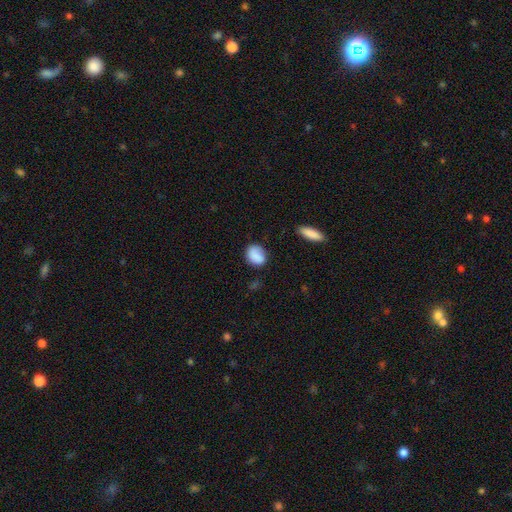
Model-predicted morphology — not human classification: smooth_or_featured: smooth (p=0.85) [alt: star or artifact p=0.08]
how_rounded: in between (p=0.58) [alt: round p=0.41]
merging: none (p=0.74) [alt: minor disturbance p=0.19]